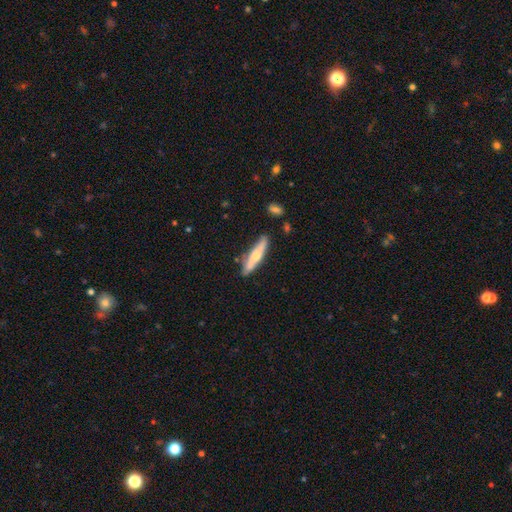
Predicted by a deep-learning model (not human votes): A smooth galaxy with no disk features (53%) that is cigar-shaped (81%). Merging: none (79%).